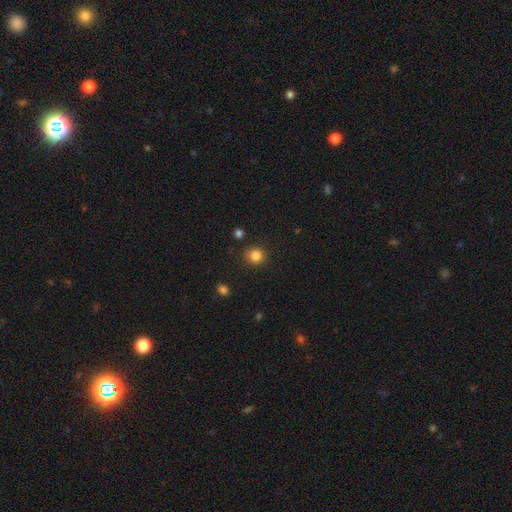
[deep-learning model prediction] smooth-or-featured: smooth: 84% | star or artifact: 12% | featured or disk: 5%
  how-rounded: round: 84% | in between: 15% | cigar-shaped: 1%
  merging: none: 83% | minor disturbance: 11% | major disturbance: 3% | merger: 3%